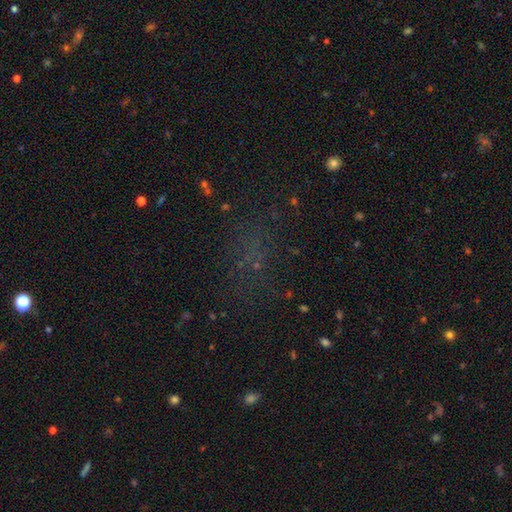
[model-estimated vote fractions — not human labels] This is possibly a star or artifact rather than a galaxy (48%).